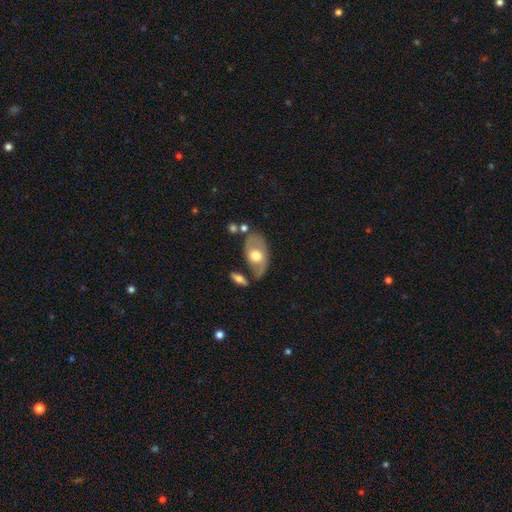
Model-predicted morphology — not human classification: Smooth or featured: smooth — 50% (featured or disk — 45%)
Merging: none — 61% (minor disturbance — 20%)